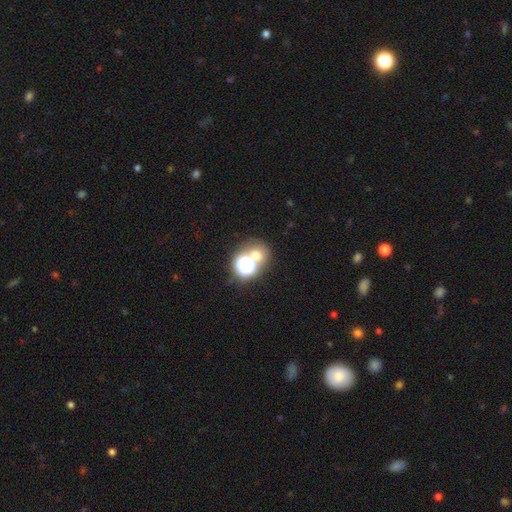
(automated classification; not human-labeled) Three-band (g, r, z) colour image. It shows a smooth galaxy with no disk features (53%) that is round (76%). Merging: none (53%).